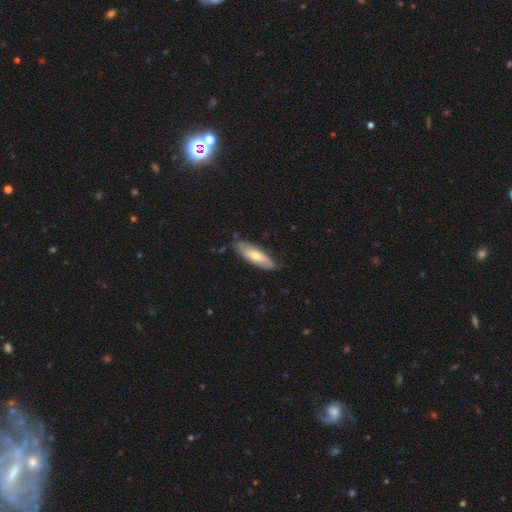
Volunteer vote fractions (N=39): Smooth or featured? 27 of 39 (69%) said smooth. How rounded? 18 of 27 (67%) said in between. Merging? 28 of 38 (74%) said none.